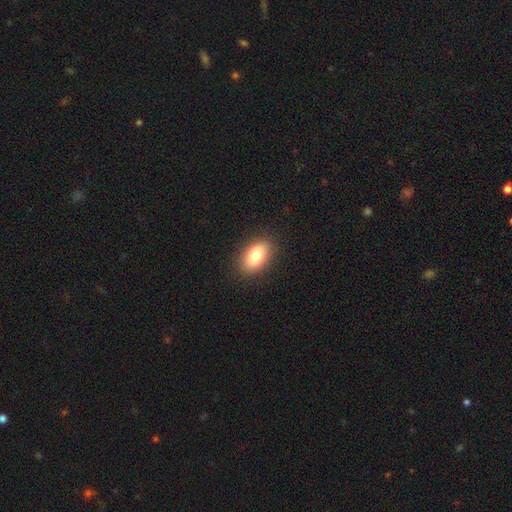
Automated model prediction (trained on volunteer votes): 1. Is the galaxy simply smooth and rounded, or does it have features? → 80% smooth, 12% featured or disk, 8% star or artifact.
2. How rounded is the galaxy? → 89% in between, 9% round, 2% cigar-shaped.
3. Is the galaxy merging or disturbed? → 88% none, 9% minor disturbance, 2% major disturbance, 1% merger.